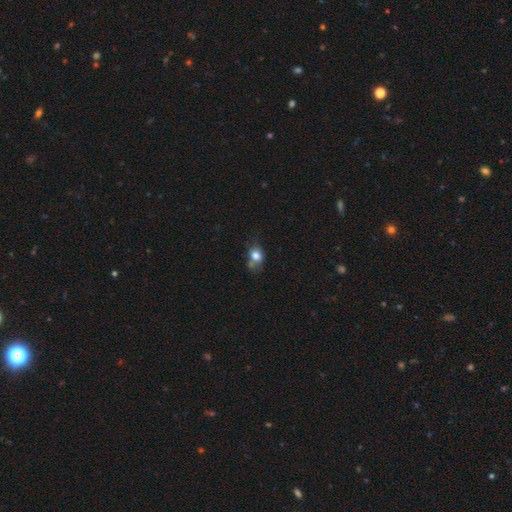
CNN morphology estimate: Smooth or featured: smooth — 74% (featured or disk — 15%)
How rounded: in between — 56% (round — 42%)
Merging: none — 44% (minor disturbance — 25%)